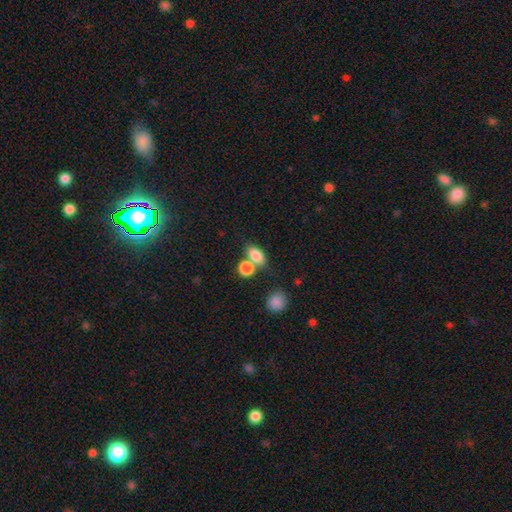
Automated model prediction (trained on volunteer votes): This is clearly a smooth galaxy (82%). How rounded: likely in between (79%). Merging: possibly none (49%).